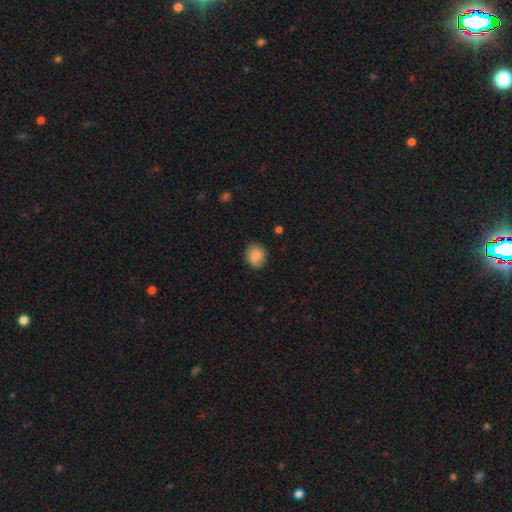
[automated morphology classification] Smooth or featured? Predicted: smooth (p=0.85). How rounded? Predicted: round (p=0.64). Merging? Predicted: none (p=0.86).